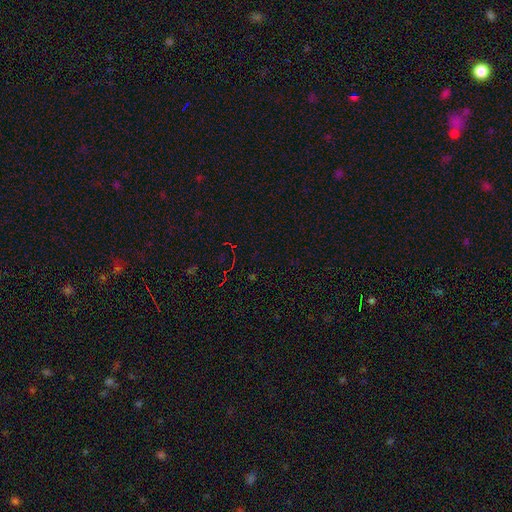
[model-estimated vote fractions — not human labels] Overall: star or artifact (74%).